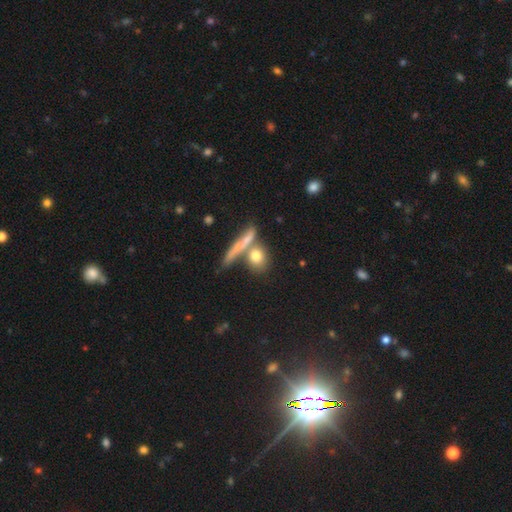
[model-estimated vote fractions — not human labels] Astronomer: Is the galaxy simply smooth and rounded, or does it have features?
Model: smooth — 73%.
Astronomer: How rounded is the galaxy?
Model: round — 56%.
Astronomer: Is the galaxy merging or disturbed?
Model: none — 50% (runner-up: merger, 31%).